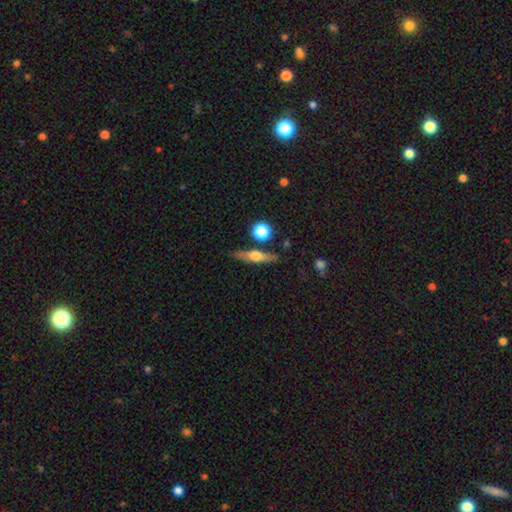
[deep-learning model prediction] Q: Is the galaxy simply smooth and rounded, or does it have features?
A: featured or disk — 59%.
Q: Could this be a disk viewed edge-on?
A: yes — 95%.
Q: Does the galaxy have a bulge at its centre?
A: rounded — 91%.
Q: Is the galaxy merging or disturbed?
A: none — 83%.